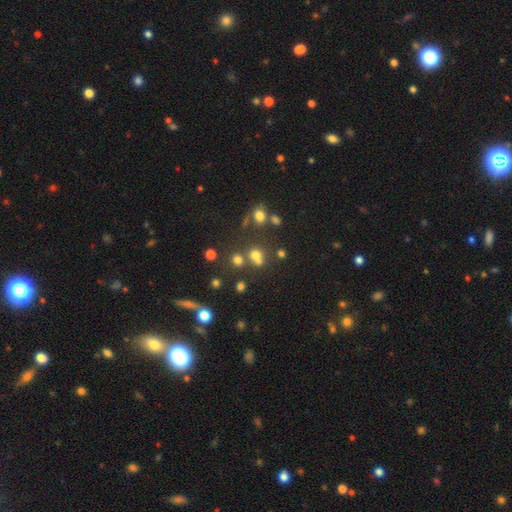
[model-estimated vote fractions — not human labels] The model was most divided on "merging": none: 53%, merger: 33%, minor disturbance: 9%, major disturbance: 5%. More confident: how rounded — round (82%); smooth or featured — smooth (64%).